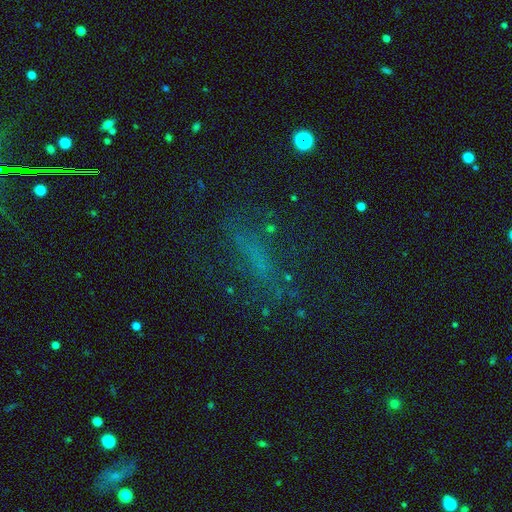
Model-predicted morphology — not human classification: smooth_or_featured: smooth (p=0.39) [alt: star or artifact p=0.31]
merging: none (p=0.59) [alt: major disturbance p=0.19]